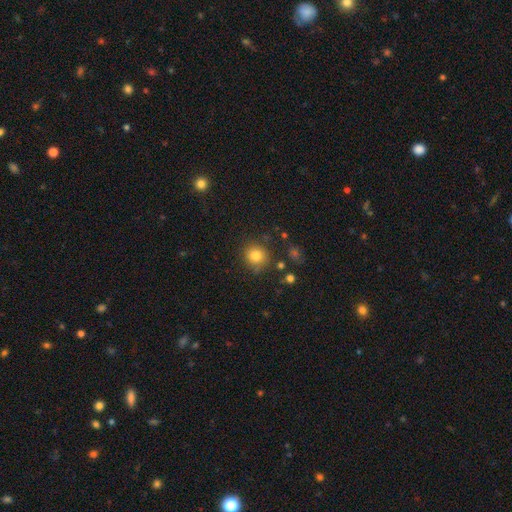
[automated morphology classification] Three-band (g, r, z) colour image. It shows a smooth galaxy with no disk features (81%) that is round (89%). Merging: none (82%).